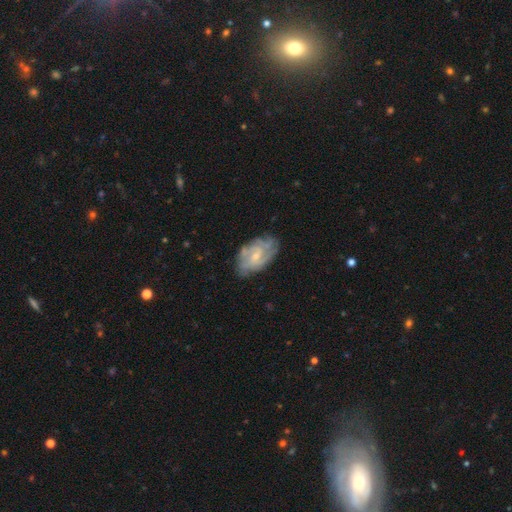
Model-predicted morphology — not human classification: smooth-or-featured: featured or disk: 78% | smooth: 16% | star or artifact: 6%
  disk-edge-on: no: 96% | yes: 4%
    bar: no: 50% | weak: 43% | strong: 7%
    has-spiral-arms: yes: 90% | no: 10%
      spiral-winding: tight: 52% | medium: 37% | loose: 11%
      spiral-arm-count: can't tell: 37% | 2: 24% | 3: 19% | 4: 11% | 1: 4% | more than 4: 4%
    bulge-size: small: 61% | moderate: 34% | none: 4% | large: 1% | dominant: 1%
  merging: none: 68% | minor disturbance: 23% | major disturbance: 8% | merger: 2%